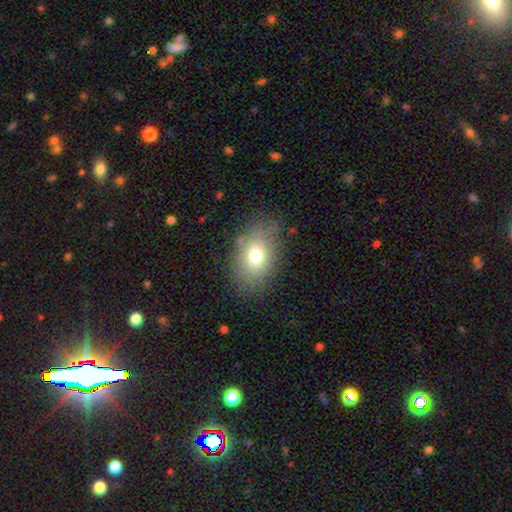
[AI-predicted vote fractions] Q: Smooth or featured?
A: smooth (72%); runner-up: featured or disk (16%)
Q: How rounded?
A: in between (80%); runner-up: round (19%)
Q: Merging?
A: none (79%); runner-up: minor disturbance (14%)